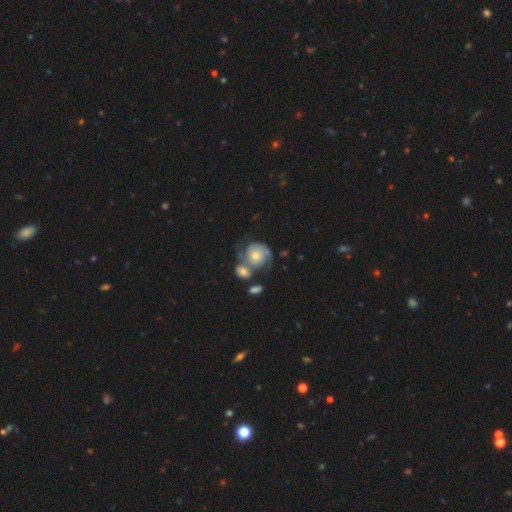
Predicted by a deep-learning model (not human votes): A featured or disk galaxy (77%) with no bar (81%), 2 (78%) tight (47%) spiral arms (93%) and a small central bulge (49%).

Vote fractions:
- Smooth or featured? featured or disk: 77% / smooth: 17% / star or artifact: 6%
- Edge-on disk? no: 98% / yes: 2%
- Bar? no: 81% / weak: 16% / strong: 4%
- Spiral arms? yes: 93% / no: 7%
- Spiral winding? tight: 47% / medium: 37% / loose: 16%
- Spiral arm count? 2: 78% / can't tell: 9% / 1: 6% / 3: 4% / 4: 2% / more than 4: 2%
- Bulge size? small: 49% / moderate: 44% / large: 3% / none: 2% / dominant: 1%
- Merging? none: 41% / merger: 31% / minor disturbance: 15% / major disturbance: 12%